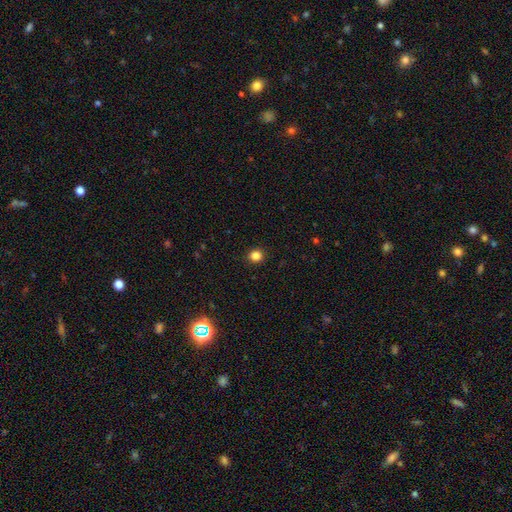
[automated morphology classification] Smooth or featured? Predicted: smooth (p=0.84). How rounded? Predicted: round (p=0.90). Merging? Predicted: none (p=0.92).